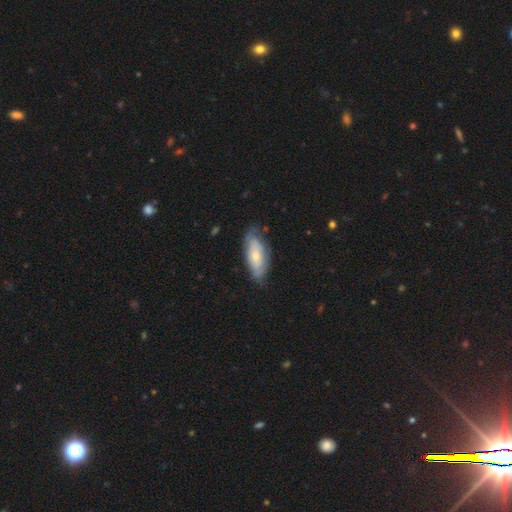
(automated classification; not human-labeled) This appears to be a smooth galaxy with no disk features (51%) that is in between round and cigar-shaped (82%). Merging: none (65%).